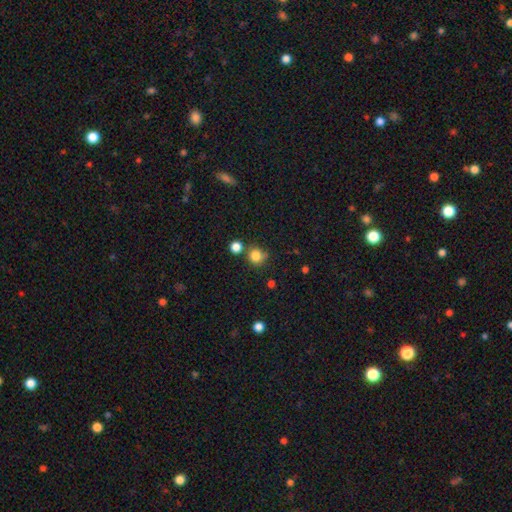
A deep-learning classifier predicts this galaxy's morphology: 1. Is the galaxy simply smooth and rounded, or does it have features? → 82% smooth, 12% star or artifact, 5% featured or disk.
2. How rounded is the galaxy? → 87% round, 12% in between, 1% cigar-shaped.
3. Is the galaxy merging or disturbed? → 69% none, 15% minor disturbance, 12% merger, 5% major disturbance.